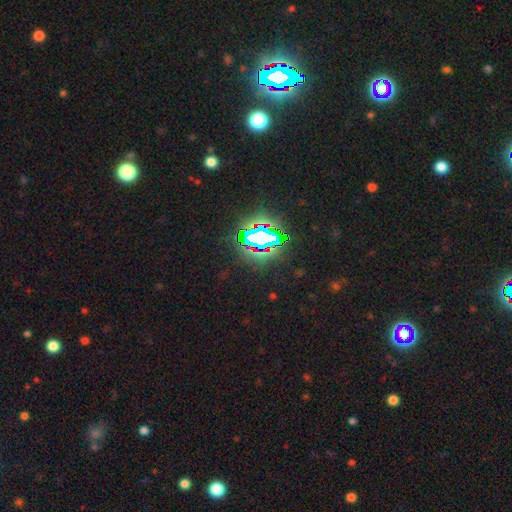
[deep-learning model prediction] smooth_or_featured: star or artifact (p=0.81) [alt: smooth p=0.12]